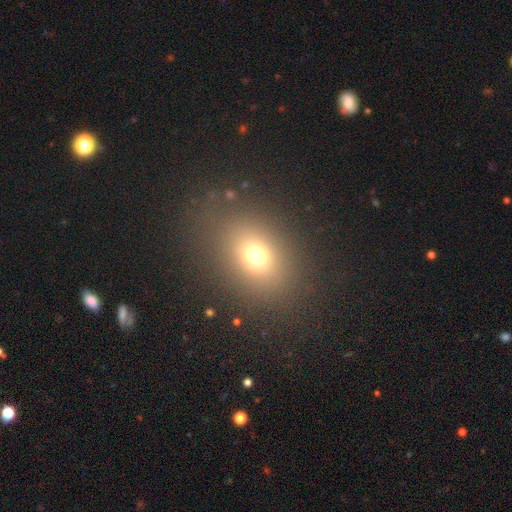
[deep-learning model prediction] Smooth or featured: smooth — 71% (star or artifact — 18%)
How rounded: in between — 55% (round — 44%)
Merging: none — 81% (minor disturbance — 10%)